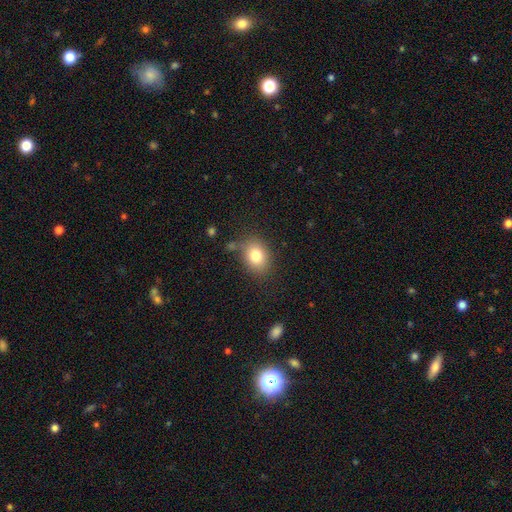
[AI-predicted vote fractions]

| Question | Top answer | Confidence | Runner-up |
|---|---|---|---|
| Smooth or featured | smooth | 80% | star or artifact (10%) |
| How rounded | in between | 59% | round (40%) |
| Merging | none | 77% | minor disturbance (14%) |